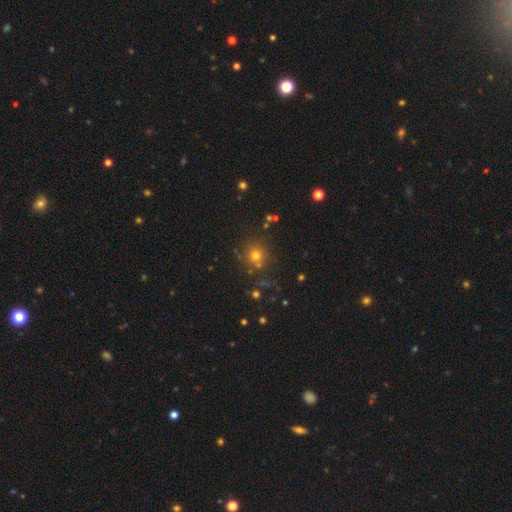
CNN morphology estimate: smooth-or-featured: smooth: 69% | star or artifact: 22% | featured or disk: 9%
  how-rounded: round: 92% | in between: 7% | cigar-shaped: 1%
  merging: none: 78% | minor disturbance: 10% | merger: 8% | major disturbance: 4%